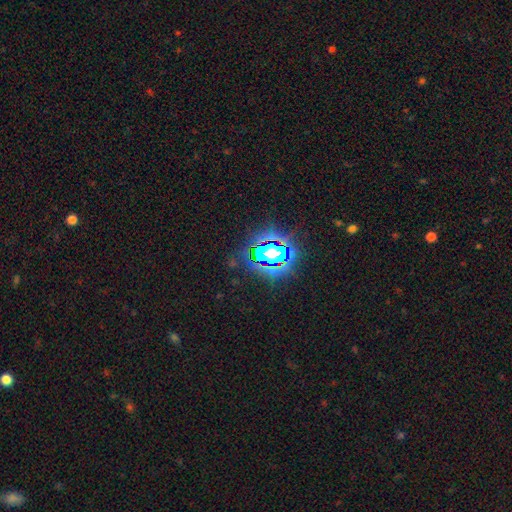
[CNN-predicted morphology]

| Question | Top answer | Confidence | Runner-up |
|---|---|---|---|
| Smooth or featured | star or artifact | 71% | smooth (17%) |